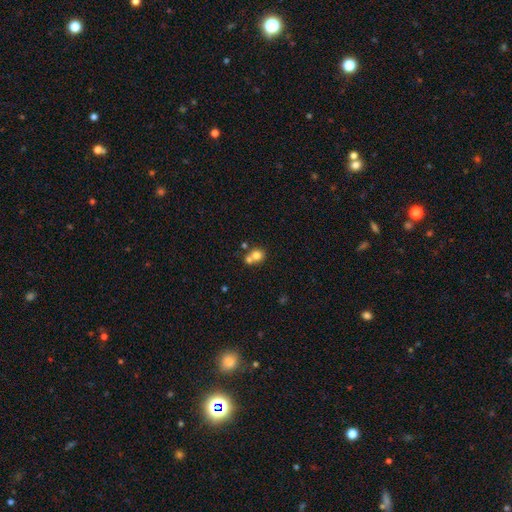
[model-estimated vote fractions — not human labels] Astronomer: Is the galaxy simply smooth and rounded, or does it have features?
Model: smooth — 76%.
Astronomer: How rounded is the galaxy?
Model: round — 80%.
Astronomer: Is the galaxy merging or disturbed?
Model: merger — 53% (runner-up: none, 38%).